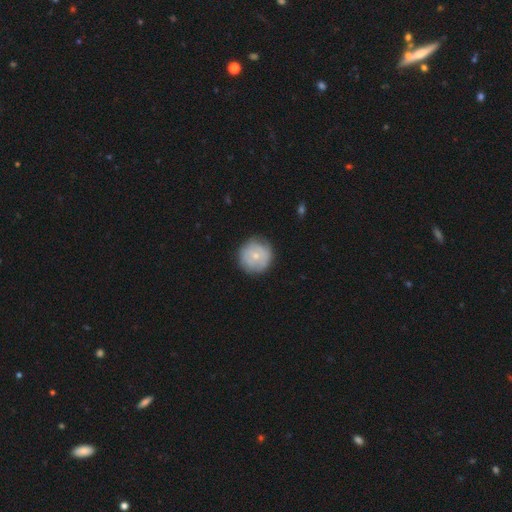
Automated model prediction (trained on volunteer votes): A smooth galaxy with no disk features (60%) that is round (94%).

Vote fractions:
- Smooth or featured? smooth: 60% / featured or disk: 33% / star or artifact: 7%
- How rounded? round: 94% / in between: 5% / cigar-shaped: 1%
- Merging? none: 81% / minor disturbance: 14% / major disturbance: 4% / merger: 1%